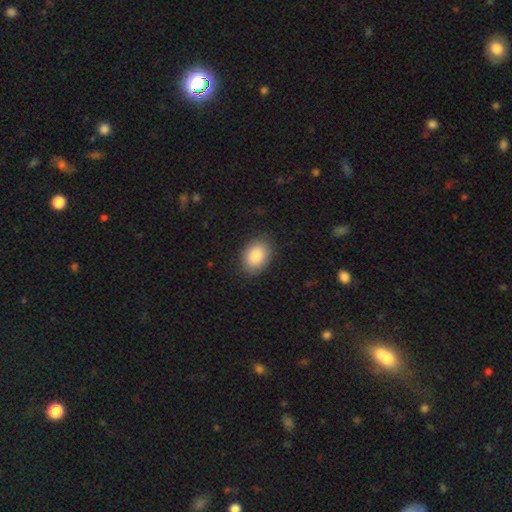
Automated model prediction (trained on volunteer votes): This appears to be a smooth galaxy with no disk features (88%) that is in between round and cigar-shaped (79%). Merging: none (86%).